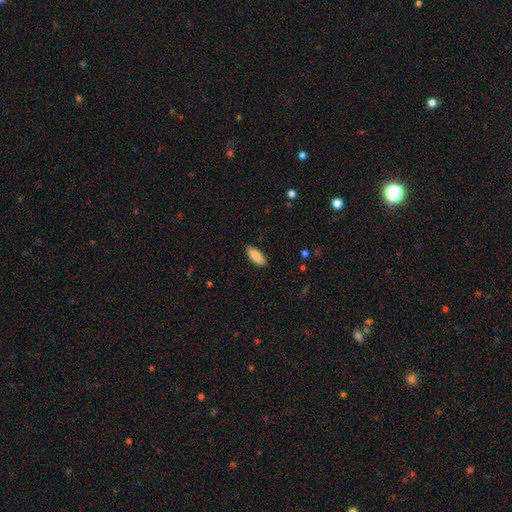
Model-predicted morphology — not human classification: smooth 87%, featured or disk 7%, star or artifact 6%. Down the decision tree: how rounded — in between (80%); merging — none (87%).